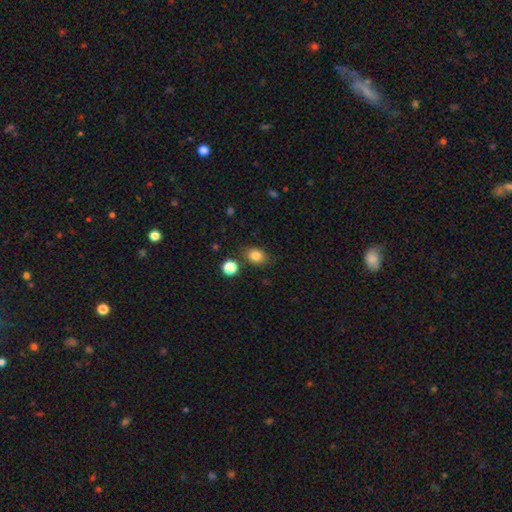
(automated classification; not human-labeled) Smooth or featured?
  - smooth: 83% *
  - star or artifact: 11%
  - featured or disk: 6%
How rounded?
  - in between: 58% *
  - round: 41%
  - cigar-shaped: 1%
Merging?
  - none: 79% *
  - minor disturbance: 13%
  - merger: 5%
  - major disturbance: 3%